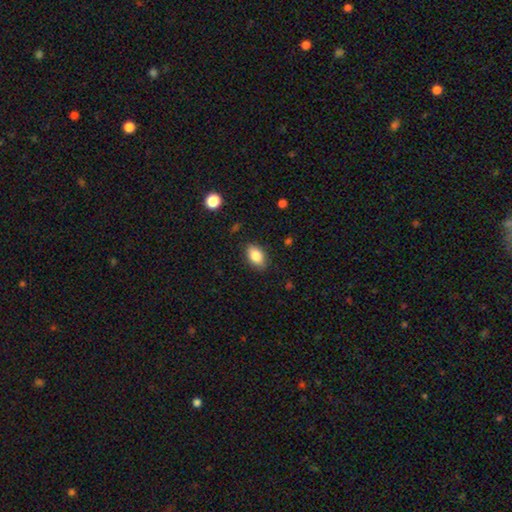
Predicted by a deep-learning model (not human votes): Smooth or featured? smooth (85%)
How rounded? in between (89%)
Merging? none (85%)